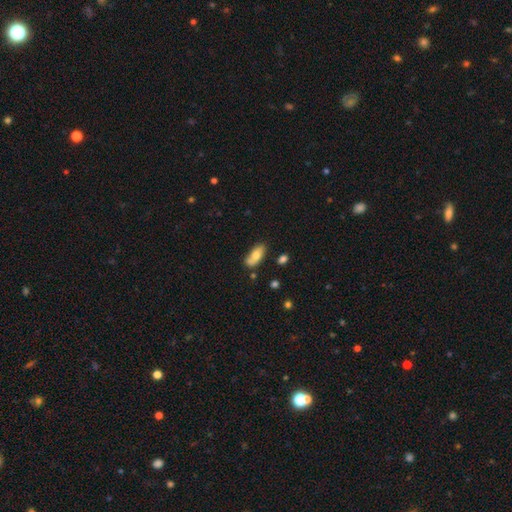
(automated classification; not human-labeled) smooth-or-featured: smooth: 72% | featured or disk: 21% | star or artifact: 7%
  how-rounded: in between: 83% | cigar-shaped: 13% | round: 3%
  merging: none: 64% | minor disturbance: 23% | merger: 9% | major disturbance: 5%